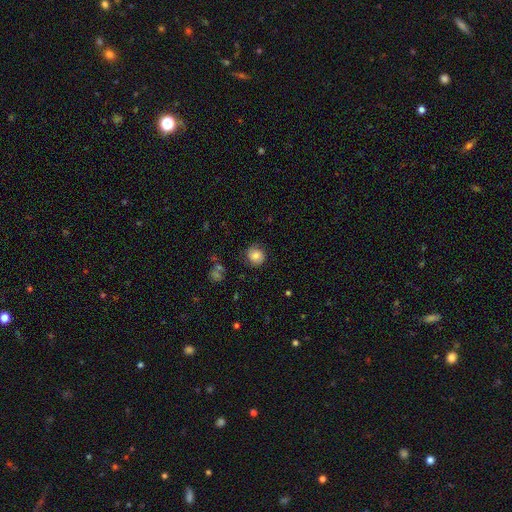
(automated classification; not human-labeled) Smooth or featured?
  - smooth: 66% *
  - featured or disk: 24%
  - star or artifact: 10%
How rounded?
  - round: 86% *
  - in between: 13%
  - cigar-shaped: 1%
Merging?
  - none: 79% *
  - minor disturbance: 14%
  - major disturbance: 5%
  - merger: 1%